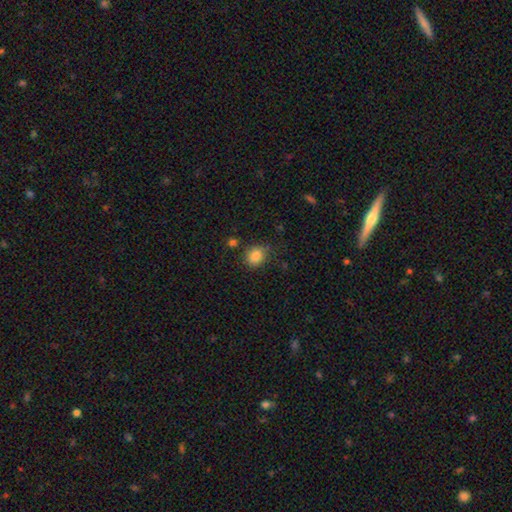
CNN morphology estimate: Smooth or featured? smooth (85%)
How rounded? round (63%)
Merging? none (77%)